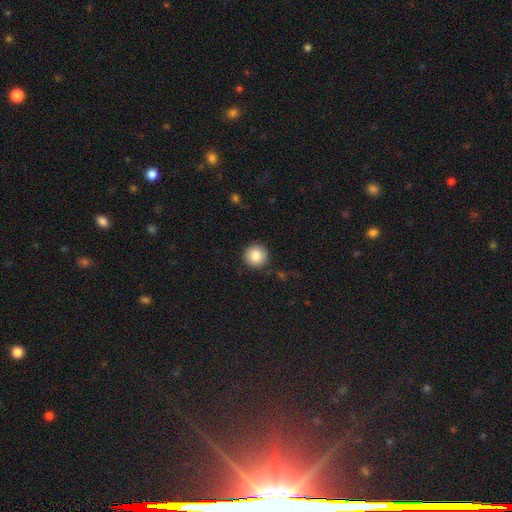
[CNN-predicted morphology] Smooth or featured?
  - smooth: 85% *
  - star or artifact: 9%
  - featured or disk: 6%
How rounded?
  - round: 95% *
  - in between: 4%
  - cigar-shaped: 1%
Merging?
  - none: 90% *
  - minor disturbance: 7%
  - major disturbance: 2%
  - merger: 1%